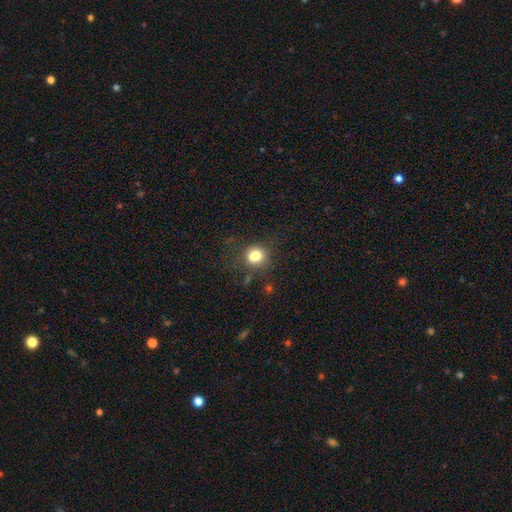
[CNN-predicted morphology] Q: Smooth or featured?
A: smooth (81%); runner-up: star or artifact (12%)
Q: How rounded?
A: round (73%); runner-up: in between (26%)
Q: Merging?
A: none (74%); runner-up: minor disturbance (16%)